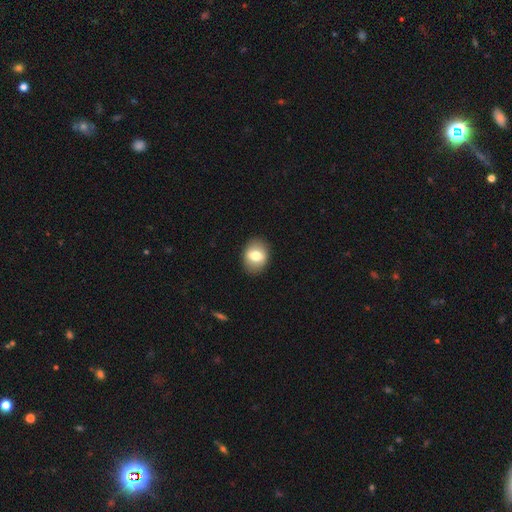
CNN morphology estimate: type=smooth (69%); roundness=in between (59%); merging=none (88%).